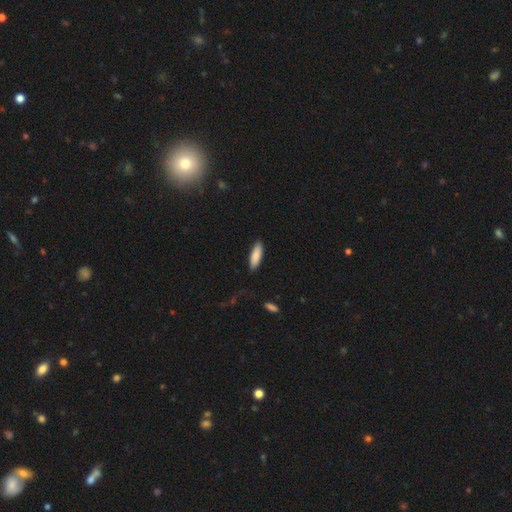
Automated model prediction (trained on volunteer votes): This is clearly a smooth galaxy (87%). How rounded: possibly in between (52%). Merging: clearly none (87%).